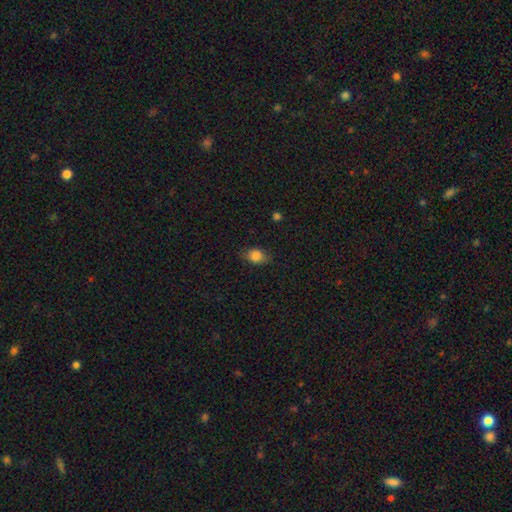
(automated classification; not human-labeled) Morphology: type=smooth (84%); roundness=in between (66%); merging=none (75%).